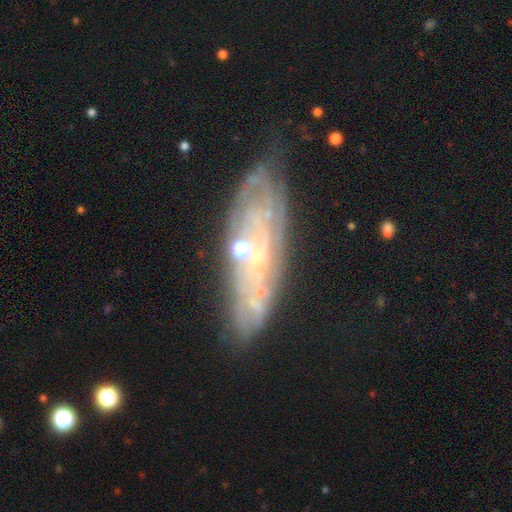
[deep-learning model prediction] smooth-or-featured: featured or disk: 72% | smooth: 17% | star or artifact: 10%
  disk-edge-on: no: 76% | yes: 24%
    bar: no: 74% | weak: 19% | strong: 6%
    has-spiral-arms: yes: 64% | no: 36%
    bulge-size: small: 66% | moderate: 23% | none: 8% | large: 2% | dominant: 1%
  merging: none: 69% | minor disturbance: 19% | major disturbance: 8% | merger: 5%